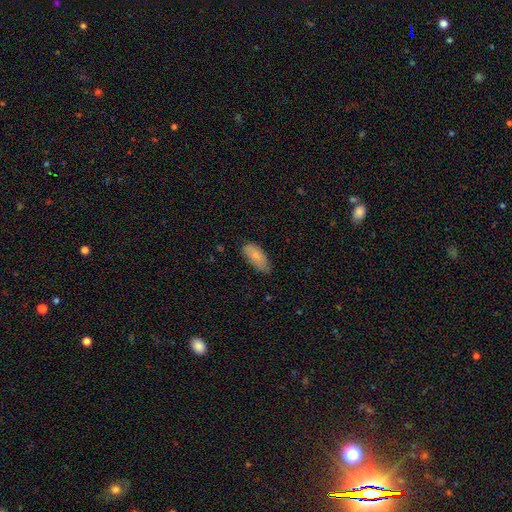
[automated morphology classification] smooth 81%, featured or disk 12%, star or artifact 6%. Down the decision tree: how rounded — in between (88%); merging — none (68%).